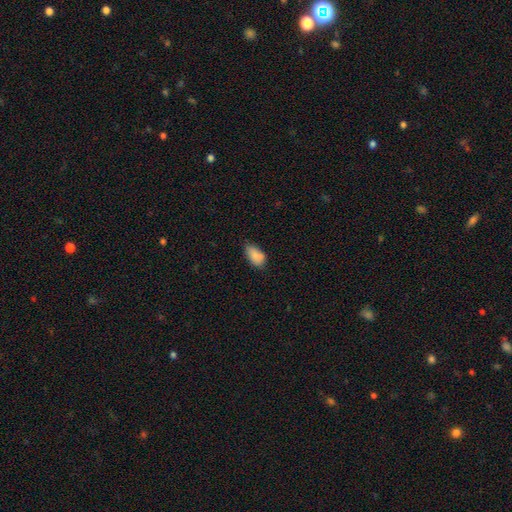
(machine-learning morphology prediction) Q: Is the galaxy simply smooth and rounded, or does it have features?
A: smooth — 85%.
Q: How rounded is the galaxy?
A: in between — 92%.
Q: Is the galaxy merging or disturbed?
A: none — 56%.